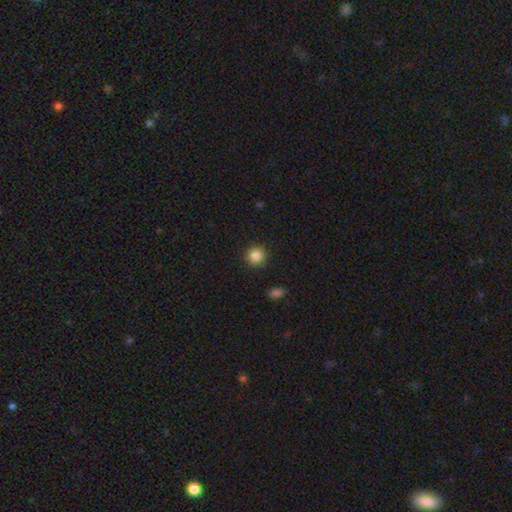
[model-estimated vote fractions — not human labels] The model was most divided on "smooth or featured": smooth: 86%, star or artifact: 10%, featured or disk: 4%. More confident: how rounded — round (94%); merging — none (91%).